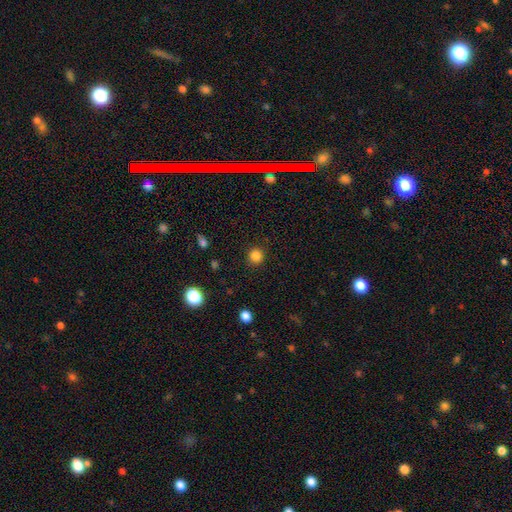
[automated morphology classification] Smooth or featured? Predicted: smooth (p=0.84). How rounded? Predicted: round (p=0.92). Merging? Predicted: none (p=0.90).